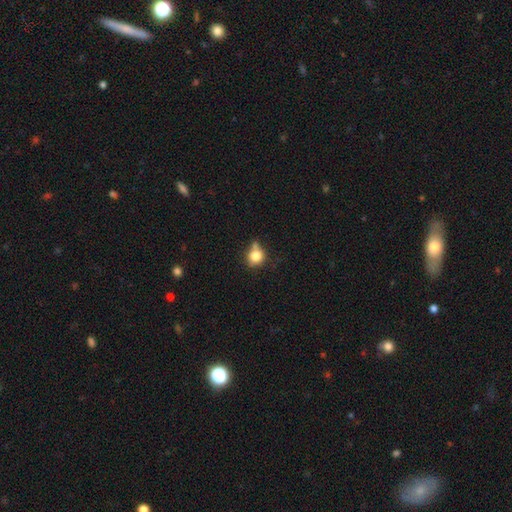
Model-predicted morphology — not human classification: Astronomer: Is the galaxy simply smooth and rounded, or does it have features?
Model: smooth — 80%.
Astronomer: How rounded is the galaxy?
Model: round — 81%.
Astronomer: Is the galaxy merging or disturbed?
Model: none — 52%.